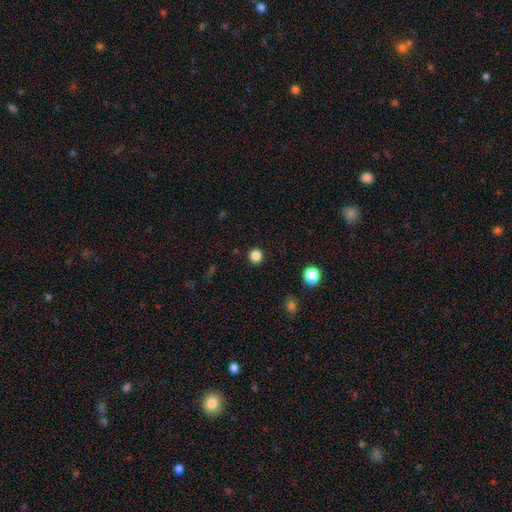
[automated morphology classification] A smooth galaxy with no disk features (84%) that is round (94%). Merging: none (93%).